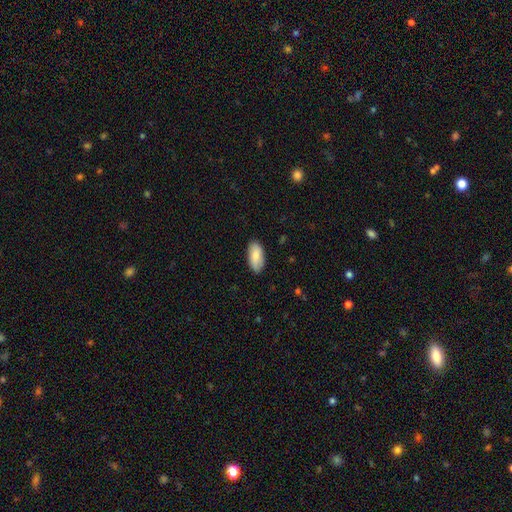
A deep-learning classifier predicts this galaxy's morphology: This appears to be a smooth galaxy with no disk features (84%) that is in between round and cigar-shaped (91%). Merging: none (85%).